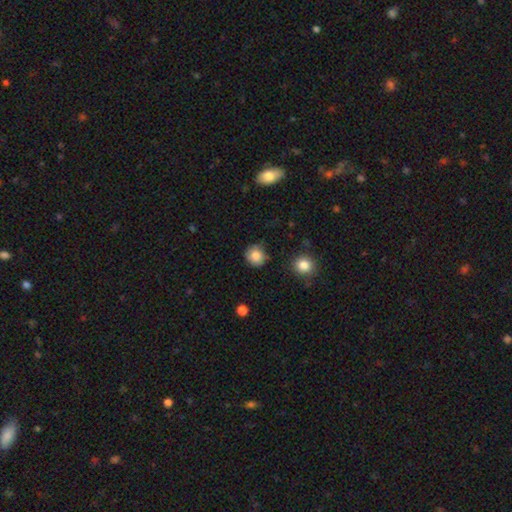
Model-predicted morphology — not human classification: A smooth galaxy with no disk features (80%) that is round (85%).

Vote fractions:
- Smooth or featured? smooth: 80% / featured or disk: 11% / star or artifact: 9%
- How rounded? round: 85% / in between: 14% / cigar-shaped: 1%
- Merging? none: 69% / minor disturbance: 23% / major disturbance: 6% / merger: 2%